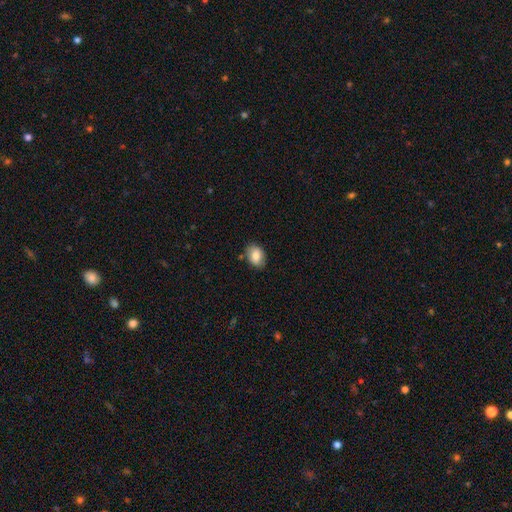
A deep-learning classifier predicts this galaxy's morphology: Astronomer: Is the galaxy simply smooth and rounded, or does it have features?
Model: smooth — 83%.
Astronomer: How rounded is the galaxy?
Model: in between — 78%.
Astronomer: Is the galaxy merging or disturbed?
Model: none — 80%.